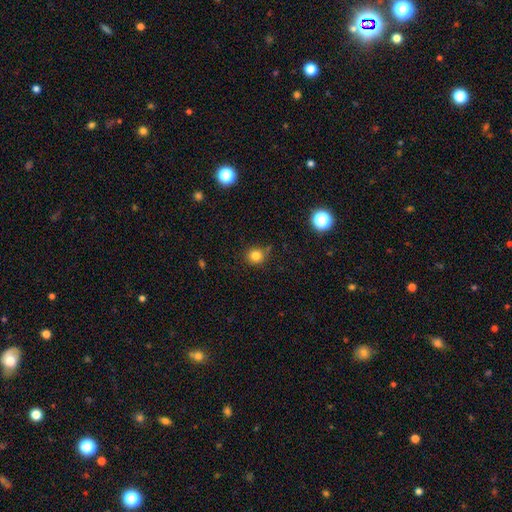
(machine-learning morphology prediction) smooth 81%, star or artifact 13%, featured or disk 6%. Down the decision tree: how rounded — round (87%); merging — none (73%).